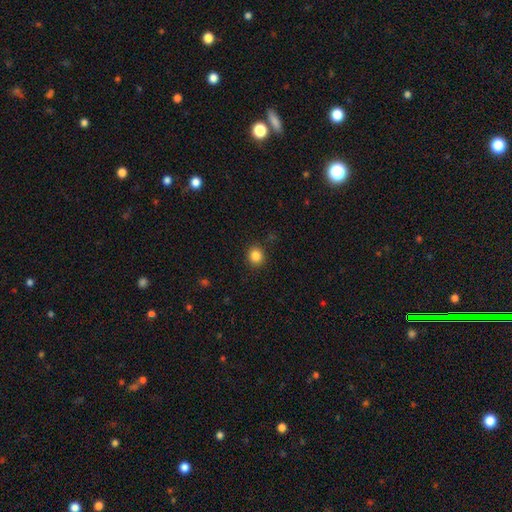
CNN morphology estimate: Smooth or featured?
  - smooth: 85% *
  - star or artifact: 11%
  - featured or disk: 4%
How rounded?
  - round: 87% *
  - in between: 12%
  - cigar-shaped: 1%
Merging?
  - none: 90% *
  - minor disturbance: 6%
  - major disturbance: 2%
  - merger: 1%